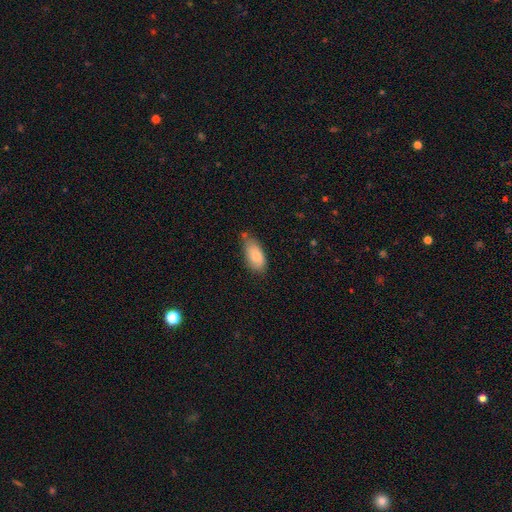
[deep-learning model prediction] Morphology: type=smooth (82%); roundness=in between (91%); merging=none (55%).